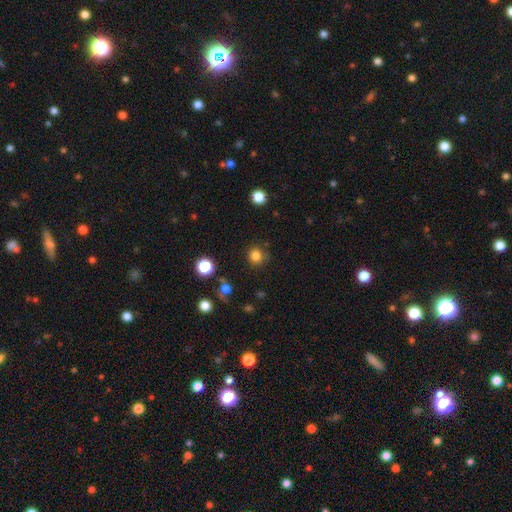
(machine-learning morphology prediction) A smooth galaxy with no disk features (82%) that is round (92%).

Vote fractions:
- Smooth or featured? smooth: 82% / star or artifact: 14% / featured or disk: 4%
- How rounded? round: 92% / in between: 7% / cigar-shaped: 1%
- Merging? none: 85% / minor disturbance: 10% / major disturbance: 3% / merger: 2%